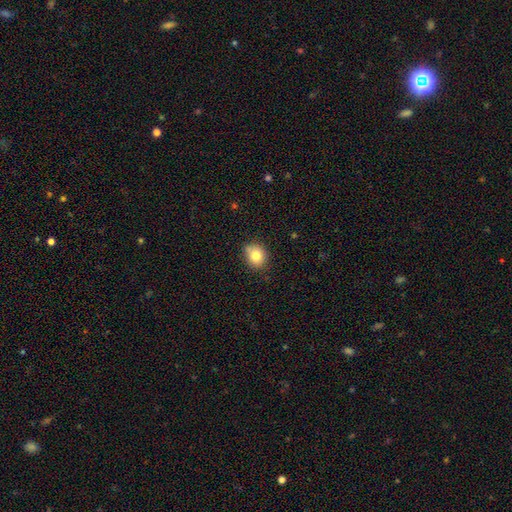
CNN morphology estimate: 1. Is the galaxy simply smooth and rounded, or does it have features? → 79% smooth, 11% star or artifact, 10% featured or disk.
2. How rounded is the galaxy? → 71% round, 28% in between, 1% cigar-shaped.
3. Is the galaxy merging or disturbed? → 74% none, 17% minor disturbance, 5% merger, 3% major disturbance.